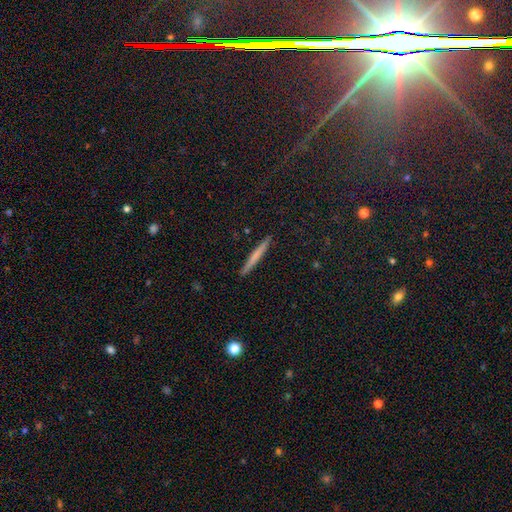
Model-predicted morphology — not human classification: This is possibly a smooth galaxy (60%). How rounded: clearly cigar-shaped (96%). Merging: clearly none (92%).